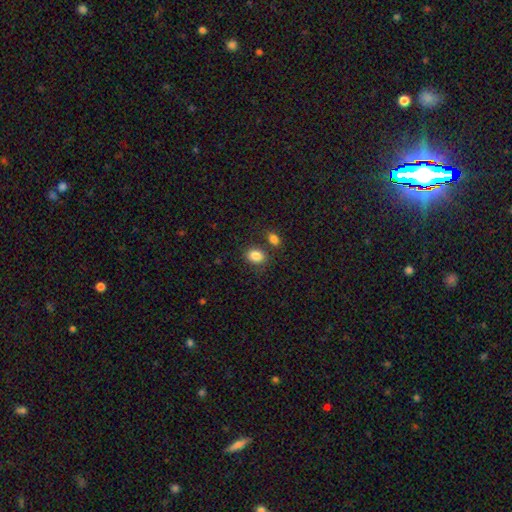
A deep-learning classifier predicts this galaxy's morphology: smooth_or_featured: smooth (p=0.86) [alt: star or artifact p=0.09]
how_rounded: in between (p=0.67) [alt: round p=0.31]
merging: none (p=0.73) [alt: merger p=0.13]